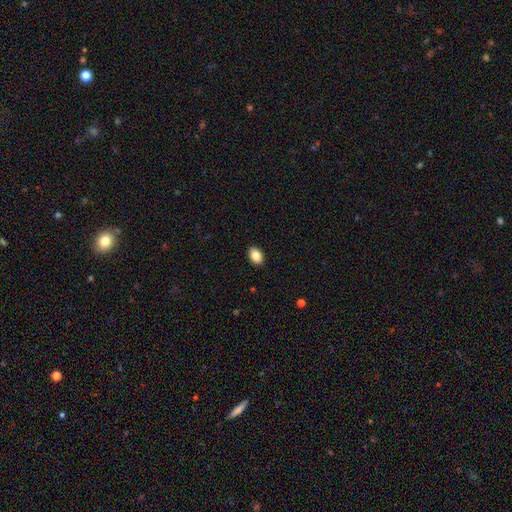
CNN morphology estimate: Smooth or featured? smooth (86%)
How rounded? in between (83%)
Merging? none (90%)